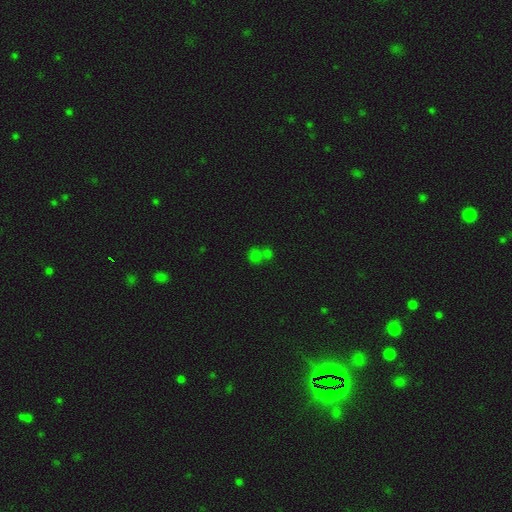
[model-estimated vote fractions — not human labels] Smooth or featured: smooth — 64% (star or artifact — 27%)
How rounded: round — 79% (in between — 20%)
Merging: merger — 45% (none — 42%)